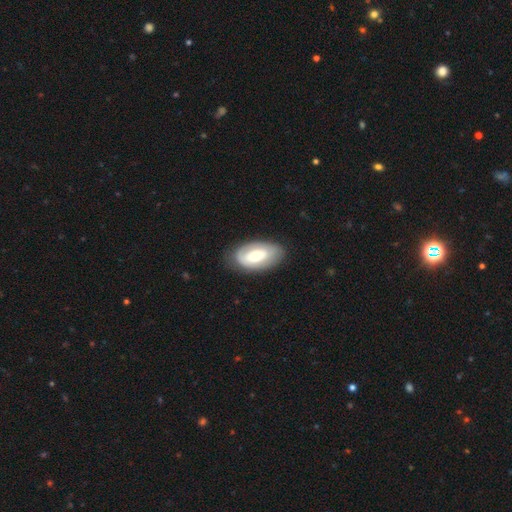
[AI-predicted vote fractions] Smooth or featured?
  - featured or disk: 48% *
  - smooth: 46%
  - star or artifact: 6%
Merging?
  - none: 76% *
  - minor disturbance: 17%
  - major disturbance: 6%
  - merger: 1%